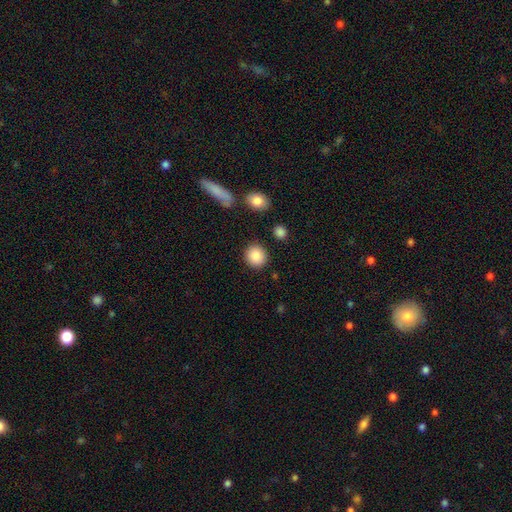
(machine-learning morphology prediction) Smooth or featured: smooth — 88% (star or artifact — 8%)
How rounded: round — 86% (in between — 13%)
Merging: none — 88% (minor disturbance — 7%)